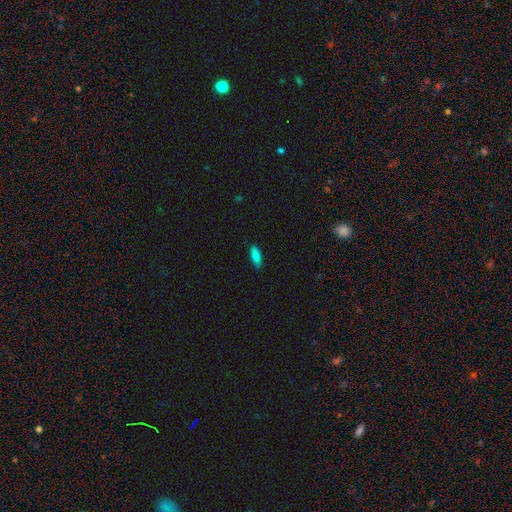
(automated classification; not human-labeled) Smooth or featured? Predicted: smooth (p=0.87). How rounded? Predicted: in between (p=0.71). Merging? Predicted: none (p=0.81).